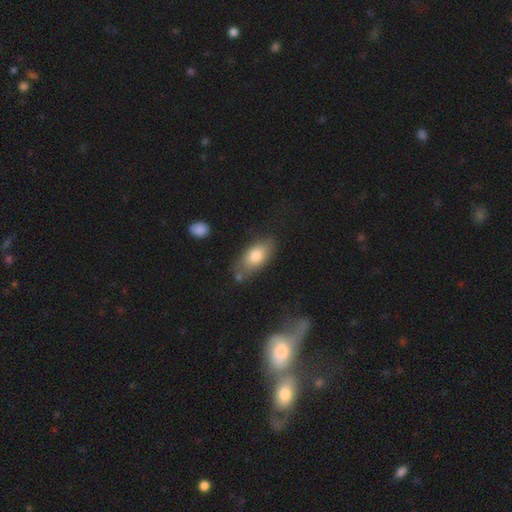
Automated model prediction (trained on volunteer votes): smooth-or-featured: smooth: 77% | featured or disk: 16% | star or artifact: 7%
  how-rounded: in between: 88% | cigar-shaped: 7% | round: 5%
  merging: none: 69% | minor disturbance: 19% | merger: 6% | major disturbance: 5%